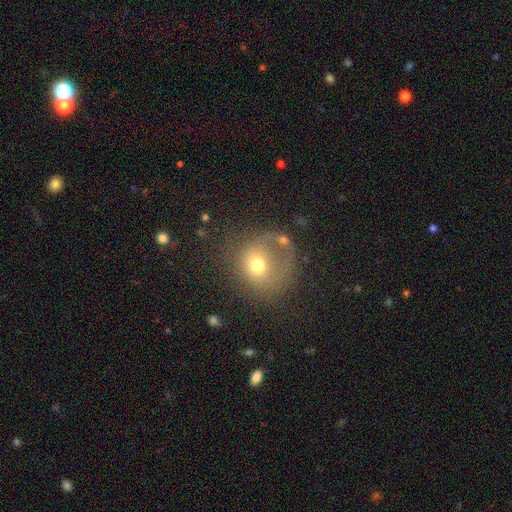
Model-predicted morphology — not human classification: smooth 55%, featured or disk 23%, star or artifact 22%. Down the decision tree: how rounded — round (83%); merging — none (65%).